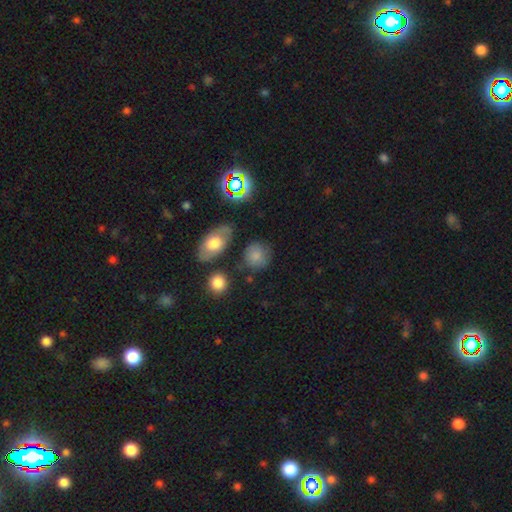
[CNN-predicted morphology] Smooth or featured? Predicted: smooth (p=0.74). How rounded? Predicted: round (p=0.78). Merging? Predicted: none (p=0.73).